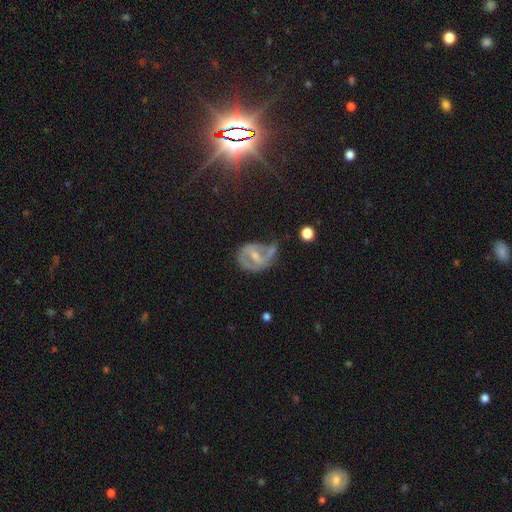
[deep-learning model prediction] featured or disk 70%, smooth 22%, star or artifact 9%. Down the decision tree: edge-on disk — no (96%); bar — weak (46%); spiral arms — yes (76%); spiral arm count — 2 (55%); spiral winding — medium (42%); bulge size — small (49%); merging — none (33%).